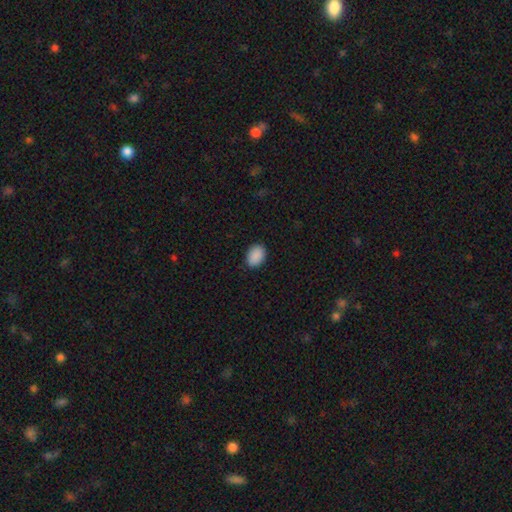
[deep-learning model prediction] smooth_or_featured: smooth (p=0.90) [alt: star or artifact p=0.07]
how_rounded: in between (p=0.76) [alt: round p=0.23]
merging: none (p=0.87) [alt: minor disturbance p=0.10]